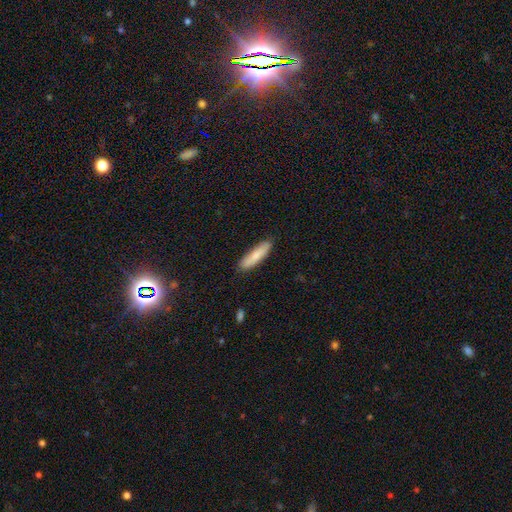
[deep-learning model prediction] This is likely a smooth galaxy (79%). How rounded: likely cigar-shaped (78%). Merging: clearly none (88%).